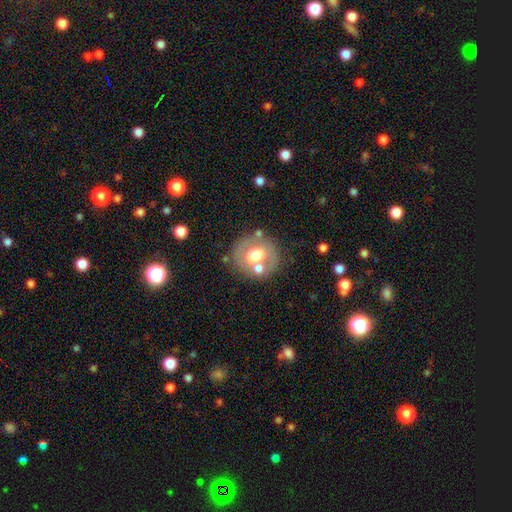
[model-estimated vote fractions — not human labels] Smooth or featured? smooth (48%)
Merging? none (68%)